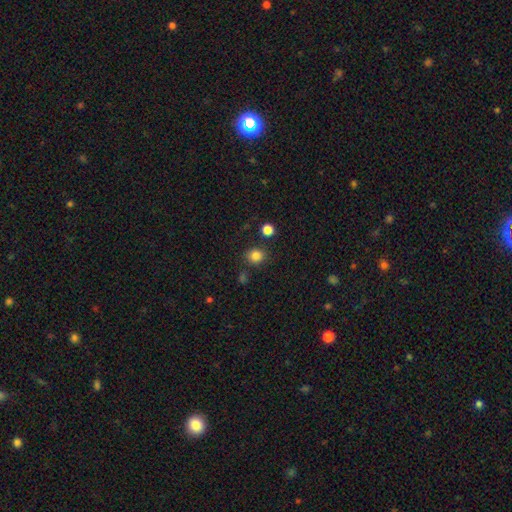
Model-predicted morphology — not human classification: Overall: smooth (83%). How rounded: round (81%). Merging: none (84%).